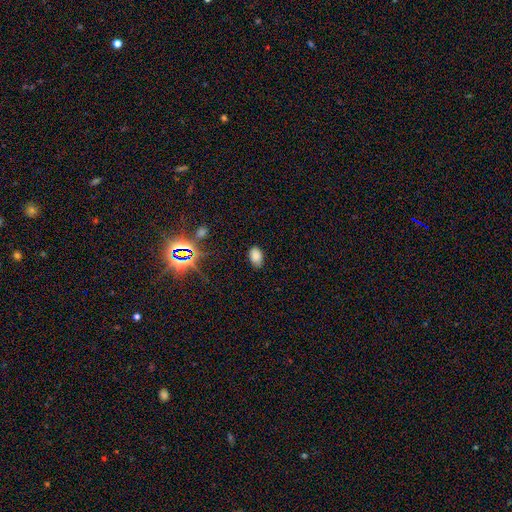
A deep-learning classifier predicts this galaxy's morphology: smooth 81%, star or artifact 14%, featured or disk 5%. Down the decision tree: how rounded — in between (88%); merging — none (79%).